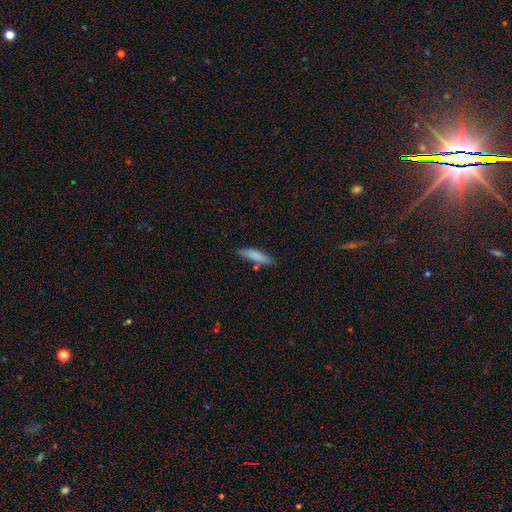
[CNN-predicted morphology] Q: Smooth or featured?
A: smooth (82%); runner-up: featured or disk (12%)
Q: How rounded?
A: cigar-shaped (71%); runner-up: in between (28%)
Q: Merging?
A: none (72%); runner-up: minor disturbance (18%)